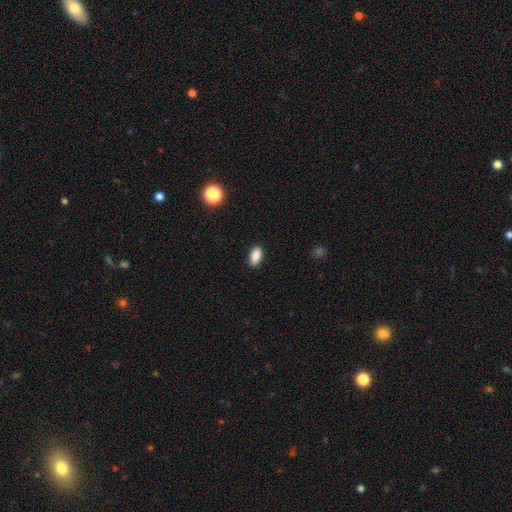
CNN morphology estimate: A smooth galaxy with no disk features (88%) that is in between round and cigar-shaped (89%). Merging: none (89%).